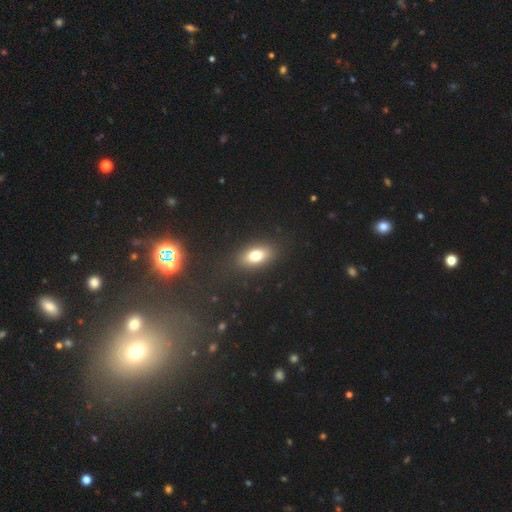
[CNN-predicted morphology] Smooth or featured?
  - smooth: 74% *
  - featured or disk: 14%
  - star or artifact: 11%
How rounded?
  - in between: 83% *
  - round: 11%
  - cigar-shaped: 7%
Merging?
  - none: 87% *
  - minor disturbance: 8%
  - major disturbance: 3%
  - merger: 1%